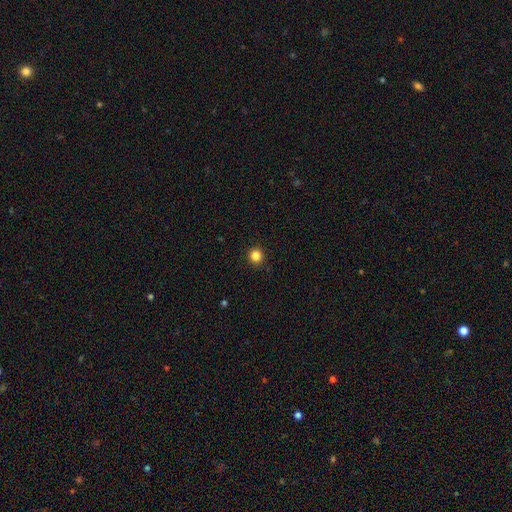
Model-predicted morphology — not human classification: smooth_or_featured: smooth (p=0.85) [alt: star or artifact p=0.12]
how_rounded: round (p=0.93) [alt: in between p=0.06]
merging: none (p=0.92) [alt: minor disturbance p=0.05]